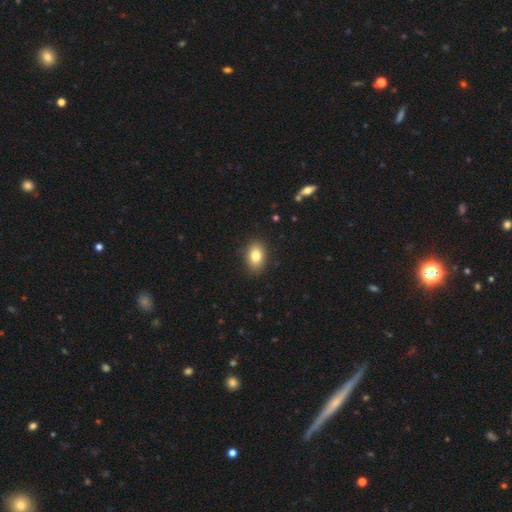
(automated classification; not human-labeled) The model was most divided on "how rounded": in between: 81%, round: 17%, cigar-shaped: 1%. More confident: merging — none (89%); smooth or featured — smooth (82%).